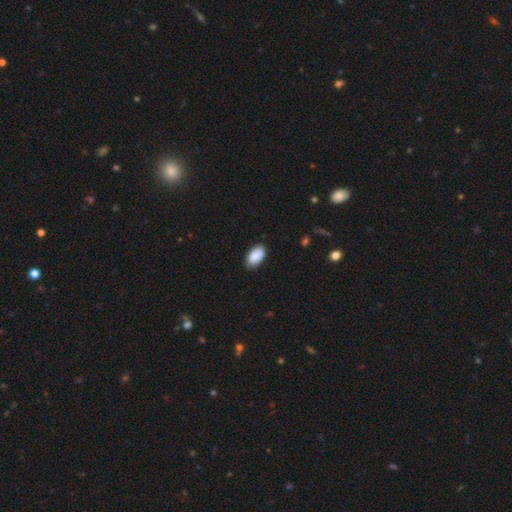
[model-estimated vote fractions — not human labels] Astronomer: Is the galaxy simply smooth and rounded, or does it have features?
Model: smooth — 90%.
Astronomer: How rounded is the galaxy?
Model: in between — 95%.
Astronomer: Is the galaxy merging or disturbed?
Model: none — 82%.